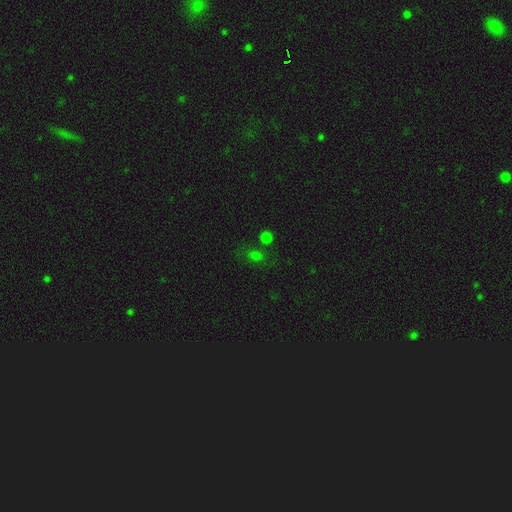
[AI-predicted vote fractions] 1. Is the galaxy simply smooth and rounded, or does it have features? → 65% smooth, 29% star or artifact, 6% featured or disk.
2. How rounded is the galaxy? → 56% round, 41% in between, 2% cigar-shaped.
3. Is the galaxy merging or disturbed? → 69% none, 13% minor disturbance, 12% merger, 6% major disturbance.